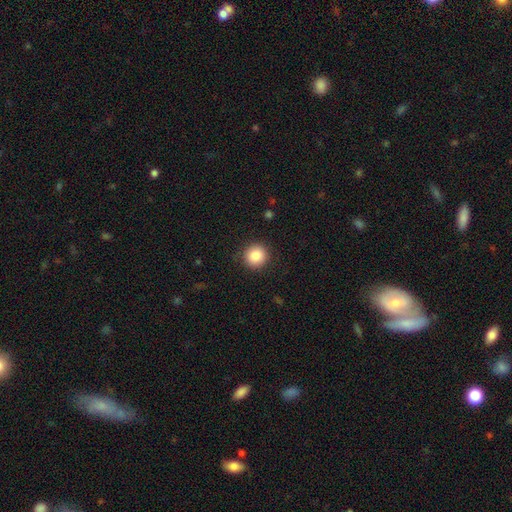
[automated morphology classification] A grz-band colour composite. It shows a smooth galaxy with no disk features (85%) that is round (94%). Merging: none (90%).